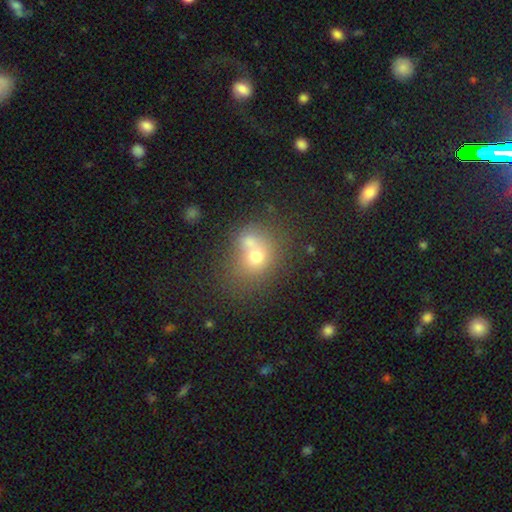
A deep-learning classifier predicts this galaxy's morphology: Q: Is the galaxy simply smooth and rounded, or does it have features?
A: smooth — 66%.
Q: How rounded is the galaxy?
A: round — 65%.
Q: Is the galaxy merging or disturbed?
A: merger — 51%.